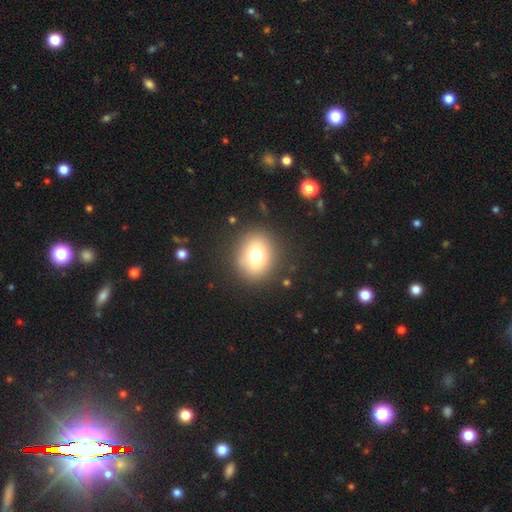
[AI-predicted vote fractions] Overall: smooth (75%). How rounded: round (68%; in between 31%). Merging: none (86%).